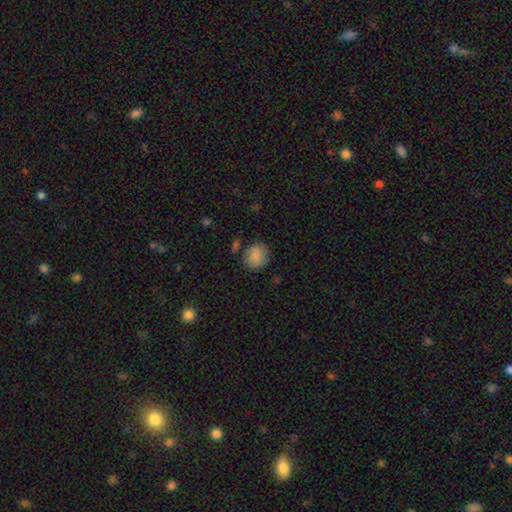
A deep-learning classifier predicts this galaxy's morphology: Smooth or featured? Predicted: smooth (p=0.85). How rounded? Predicted: round (p=0.74). Merging? Predicted: none (p=0.76).